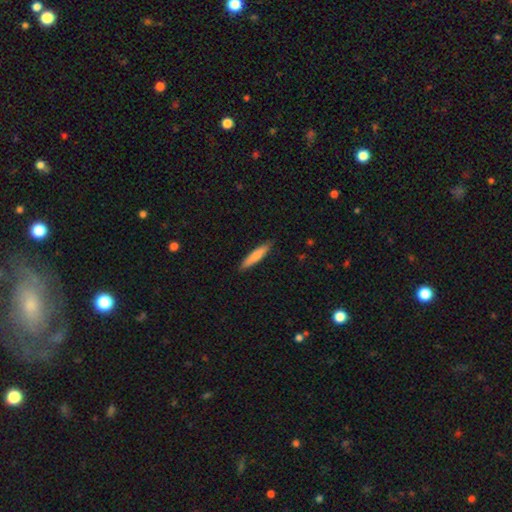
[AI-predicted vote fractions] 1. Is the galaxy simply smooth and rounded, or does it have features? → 75% smooth, 20% featured or disk, 5% star or artifact.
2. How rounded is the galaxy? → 86% cigar-shaped, 12% in between, 1% round.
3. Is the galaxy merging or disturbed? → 87% none, 10% minor disturbance, 2% major disturbance, 1% merger.